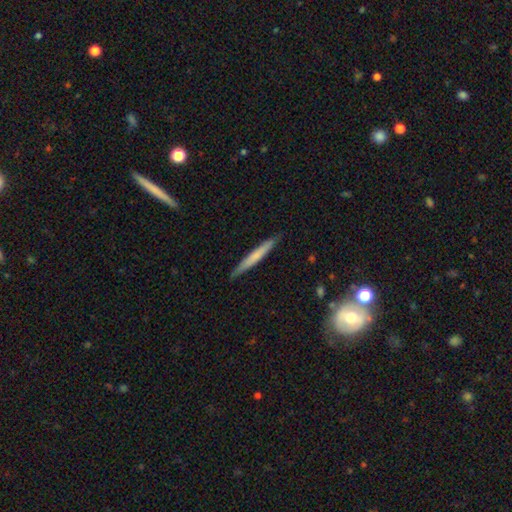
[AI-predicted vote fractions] This appears to be a smooth galaxy with no disk features (60%) that is cigar-shaped (96%). Merging: none (88%).